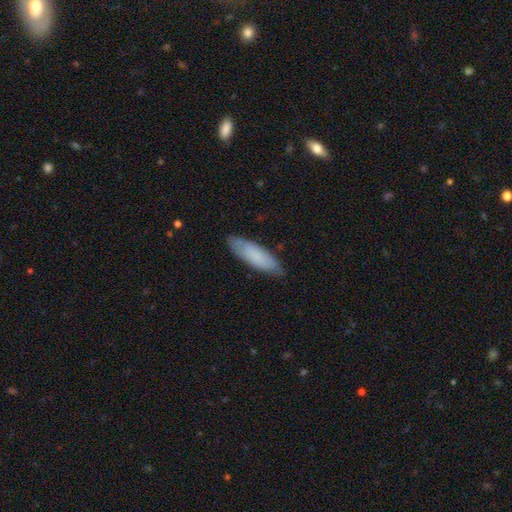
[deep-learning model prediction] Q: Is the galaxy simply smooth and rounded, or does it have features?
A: smooth — 79%.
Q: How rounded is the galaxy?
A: cigar-shaped — 53%.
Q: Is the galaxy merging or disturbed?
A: none — 82%.